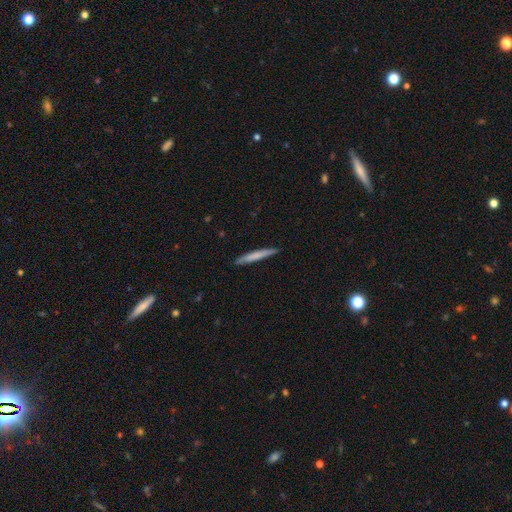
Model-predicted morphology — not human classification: type=smooth (66%); roundness=cigar-shaped (96%); merging=none (89%).